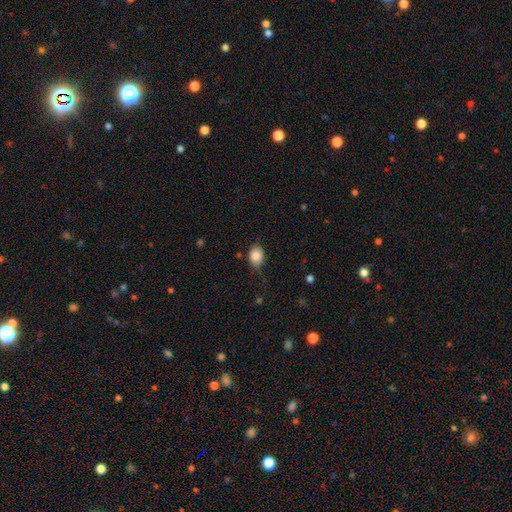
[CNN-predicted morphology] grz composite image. It shows a smooth galaxy with no disk features (86%) that is in between round and cigar-shaped (65%). Merging: none (72%).